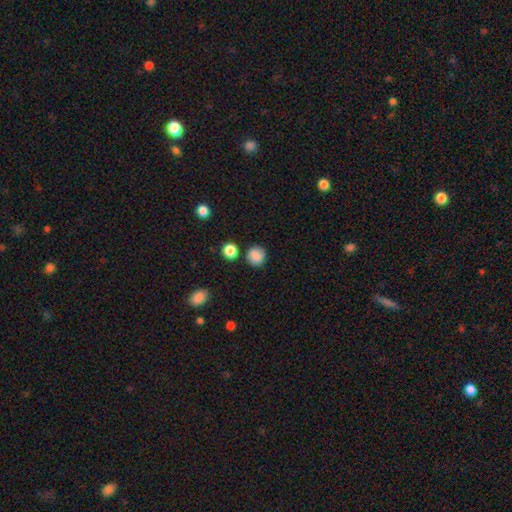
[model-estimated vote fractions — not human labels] This is clearly a smooth galaxy (86%). How rounded: clearly round (89%). Merging: clearly none (84%).